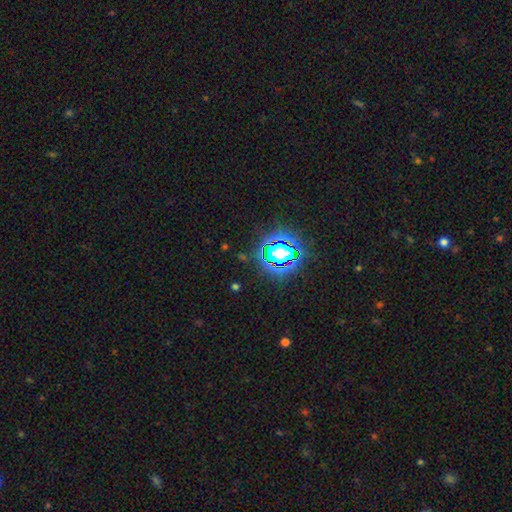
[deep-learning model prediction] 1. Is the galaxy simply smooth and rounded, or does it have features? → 79% star or artifact, 14% smooth, 8% featured or disk.